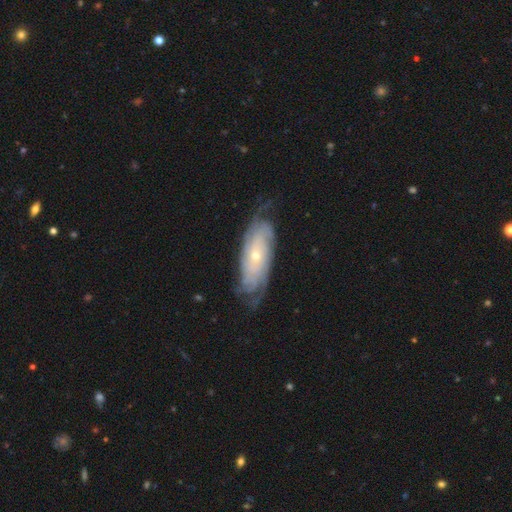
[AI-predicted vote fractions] A featured or disk galaxy (82%) with no bar (77%), tight (74%) spiral arms (94%) and a small central bulge (69%). Merging: none (71%).